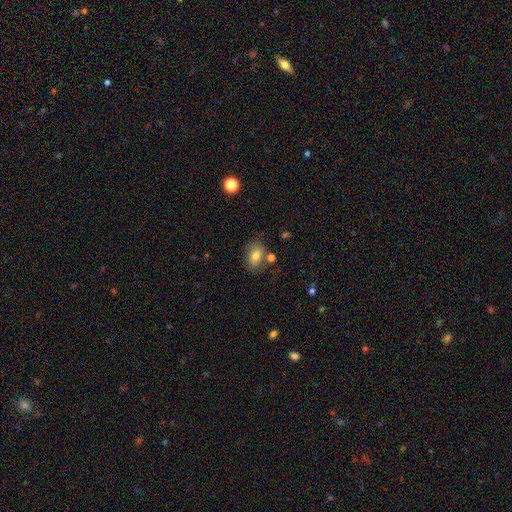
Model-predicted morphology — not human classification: smooth-or-featured: smooth: 76% | featured or disk: 15% | star or artifact: 9%
  how-rounded: in between: 81% | round: 17% | cigar-shaped: 2%
  merging: none: 71% | minor disturbance: 16% | merger: 9% | major disturbance: 4%